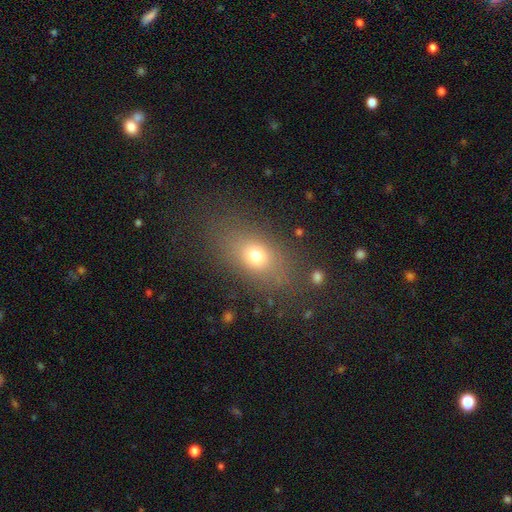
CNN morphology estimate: Q: Smooth or featured?
A: smooth (71%); runner-up: featured or disk (15%)
Q: How rounded?
A: in between (73%); runner-up: round (22%)
Q: Merging?
A: none (78%); runner-up: minor disturbance (13%)